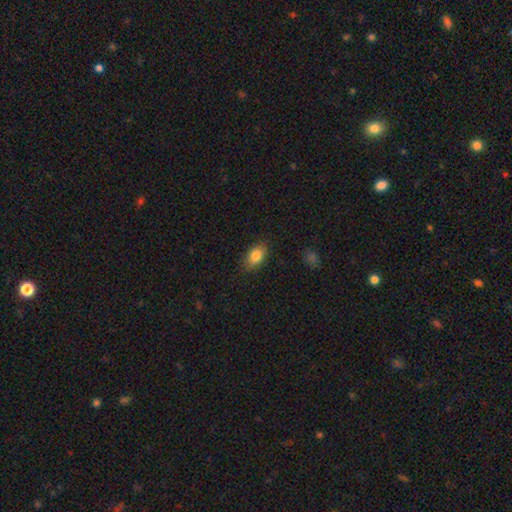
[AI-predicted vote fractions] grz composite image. It shows a smooth galaxy with no disk features (83%) that is in between round and cigar-shaped (87%). Merging: none (83%).